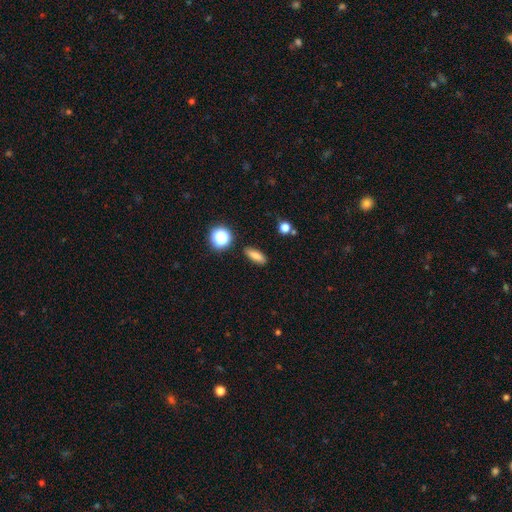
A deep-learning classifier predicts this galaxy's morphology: smooth 80%, star or artifact 12%, featured or disk 8%. Down the decision tree: how rounded — in between (60%); merging — none (86%).